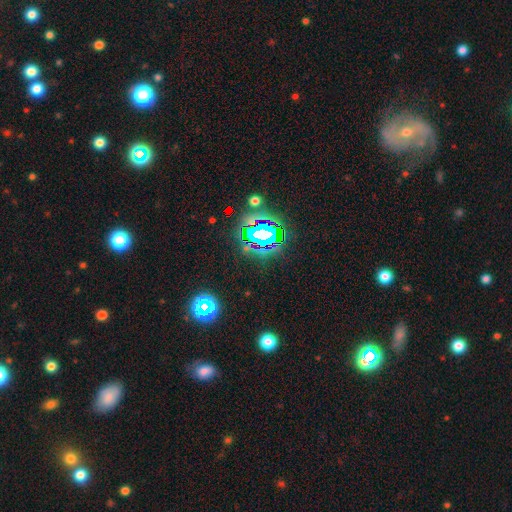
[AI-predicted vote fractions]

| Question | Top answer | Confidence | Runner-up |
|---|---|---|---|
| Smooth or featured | star or artifact | 78% | smooth (12%) |